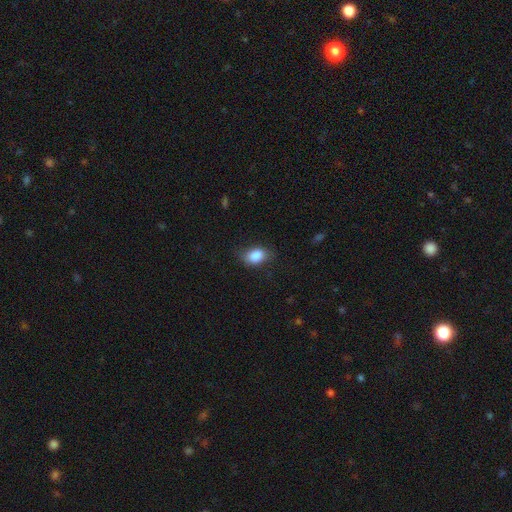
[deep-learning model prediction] The model was most divided on "merging": none: 72%, minor disturbance: 21%, major disturbance: 6%, merger: 1%. More confident: smooth or featured — smooth (86%); how rounded — in between (79%).